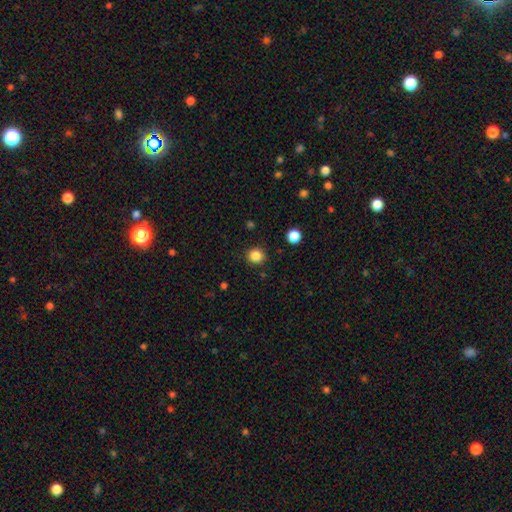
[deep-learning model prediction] Overall: smooth (85%). How rounded: round (89%). Merging: none (89%).